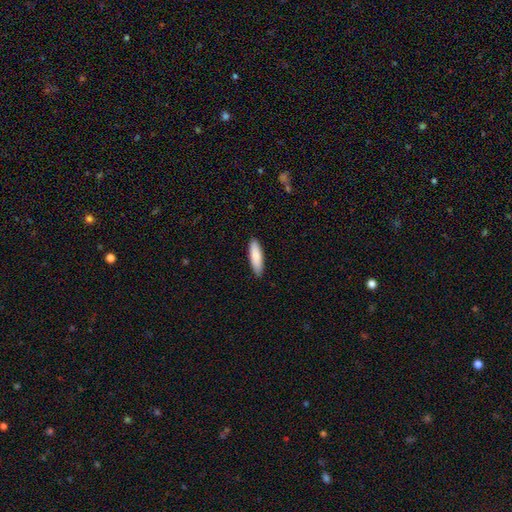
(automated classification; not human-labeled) This appears to be a smooth galaxy with no disk features (87%) that is cigar-shaped (62%). Merging: none (90%).